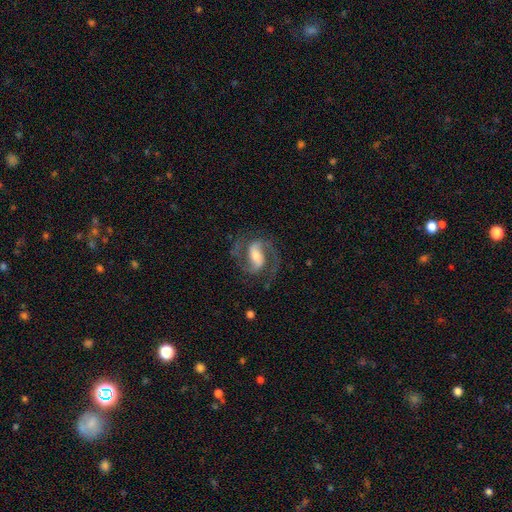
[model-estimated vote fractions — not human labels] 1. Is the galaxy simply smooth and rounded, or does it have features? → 88% featured or disk, 7% smooth, 5% star or artifact.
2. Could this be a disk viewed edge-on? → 97% no, 3% yes.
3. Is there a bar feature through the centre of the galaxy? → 43% strong, 39% weak, 18% no.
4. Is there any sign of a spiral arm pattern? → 97% yes, 3% no.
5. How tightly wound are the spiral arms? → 61% medium, 20% tight, 20% loose.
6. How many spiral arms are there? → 92% 2, 2% can't tell, 2% 1, 2% 3, 1% 4, 1% more than 4.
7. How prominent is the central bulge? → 53% moderate, 34% small, 9% large, 2% none, 1% dominant.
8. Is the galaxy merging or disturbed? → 75% none, 14% minor disturbance, 10% major disturbance, 1% merger.